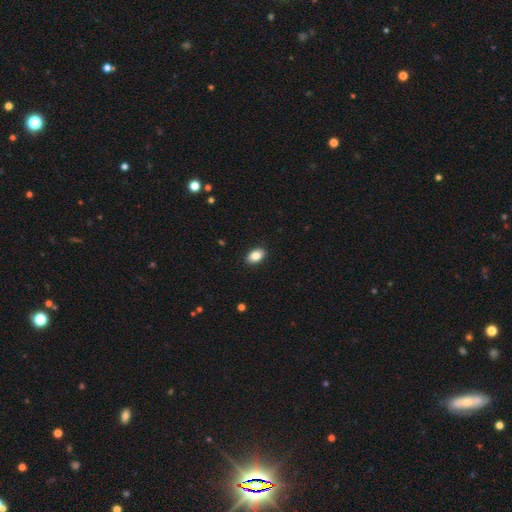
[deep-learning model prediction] smooth 86%, star or artifact 8%, featured or disk 6%. Down the decision tree: how rounded — in between (89%); merging — none (90%).